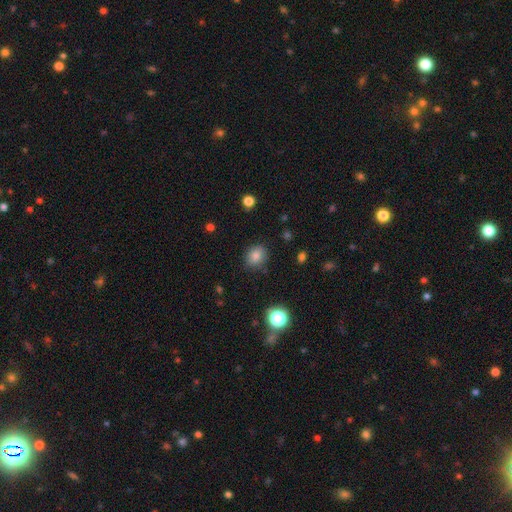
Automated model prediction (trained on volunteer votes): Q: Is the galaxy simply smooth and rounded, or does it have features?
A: smooth — 83%.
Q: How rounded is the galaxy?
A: round — 65%.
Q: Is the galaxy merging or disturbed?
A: none — 85%.